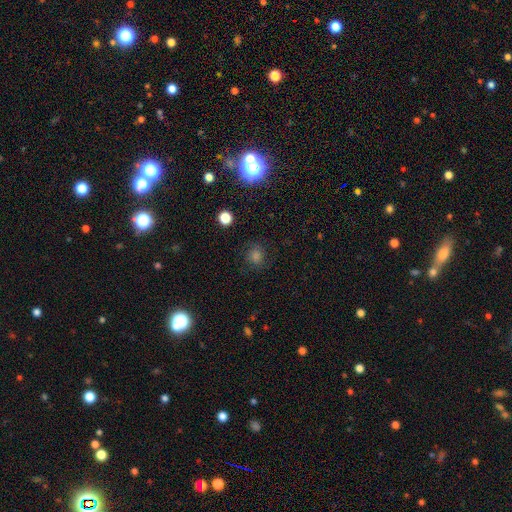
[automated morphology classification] smooth-or-featured: smooth: 58% | star or artifact: 33% | featured or disk: 9%
  how-rounded: round: 85% | in between: 14% | cigar-shaped: 1%
  merging: none: 84% | minor disturbance: 10% | major disturbance: 4% | merger: 2%